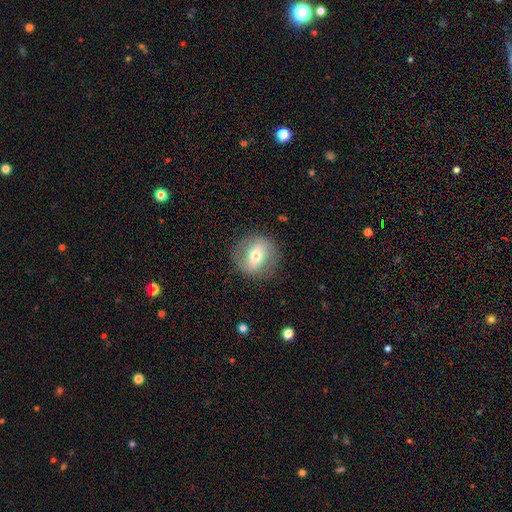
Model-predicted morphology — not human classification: Smooth or featured?
  - smooth: 47% *
  - featured or disk: 45%
  - star or artifact: 8%
Merging?
  - none: 82% *
  - minor disturbance: 11%
  - major disturbance: 5%
  - merger: 1%